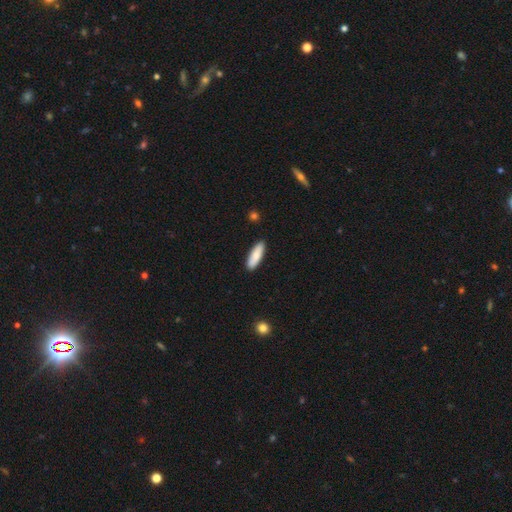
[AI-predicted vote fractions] This is clearly a smooth galaxy (84%). How rounded: possibly cigar-shaped (53%). Merging: clearly none (89%).